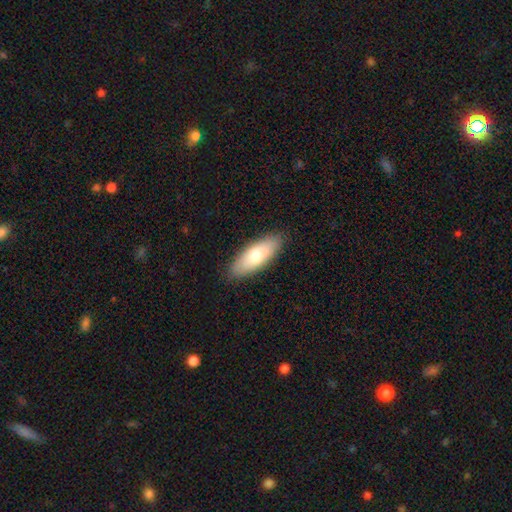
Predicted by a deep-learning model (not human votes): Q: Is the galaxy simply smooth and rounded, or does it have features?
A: smooth — 70%.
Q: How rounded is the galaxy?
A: in between — 73%.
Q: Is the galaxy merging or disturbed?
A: none — 86%.